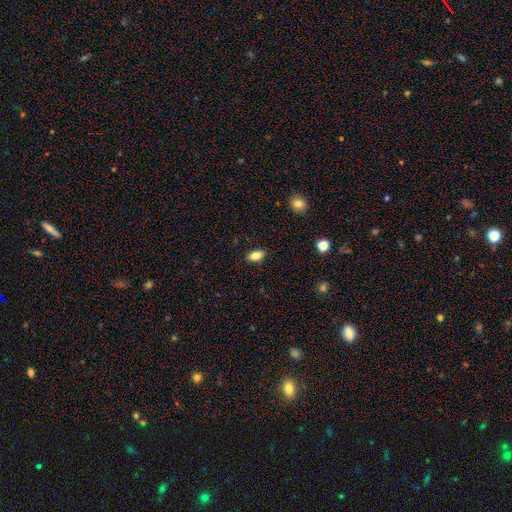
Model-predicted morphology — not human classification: type=smooth (83%); roundness=in between (89%); merging=none (88%).